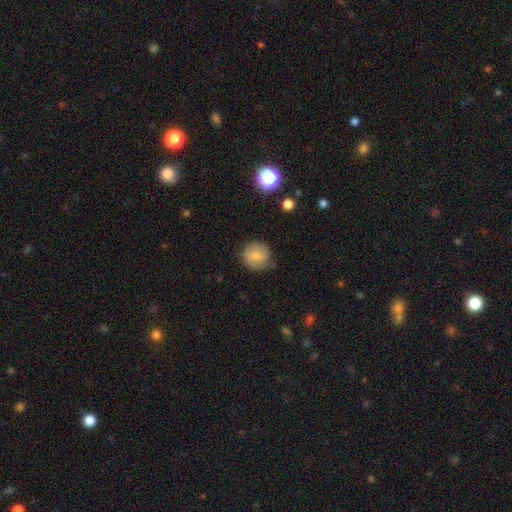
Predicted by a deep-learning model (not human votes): A smooth galaxy with no disk features (62%) that is round (87%). Merging: none (76%).